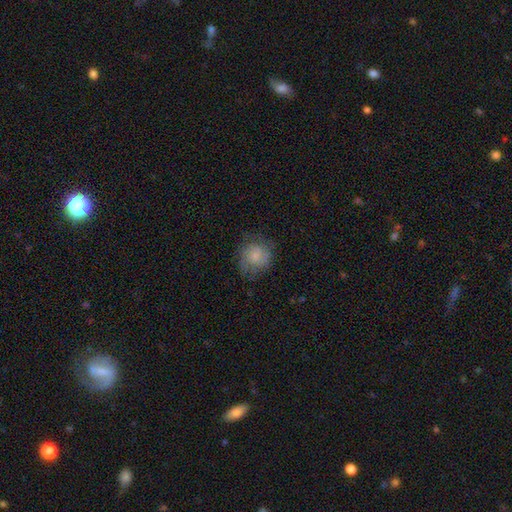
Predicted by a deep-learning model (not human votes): Q: Smooth or featured?
A: smooth (59%); runner-up: featured or disk (32%)
Q: How rounded?
A: round (81%); runner-up: in between (18%)
Q: Merging?
A: none (64%); runner-up: minor disturbance (23%)